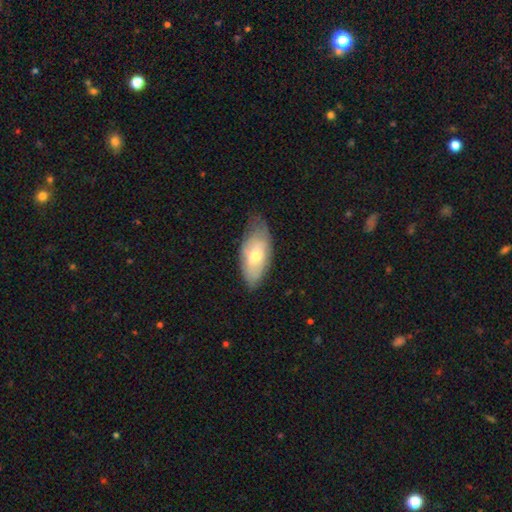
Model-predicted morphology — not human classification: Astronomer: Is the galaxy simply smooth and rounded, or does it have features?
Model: smooth — 57% (runner-up: featured or disk, 36%).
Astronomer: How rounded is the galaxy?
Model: in between — 89%.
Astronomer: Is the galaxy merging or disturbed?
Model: none — 57% (runner-up: minor disturbance, 33%).